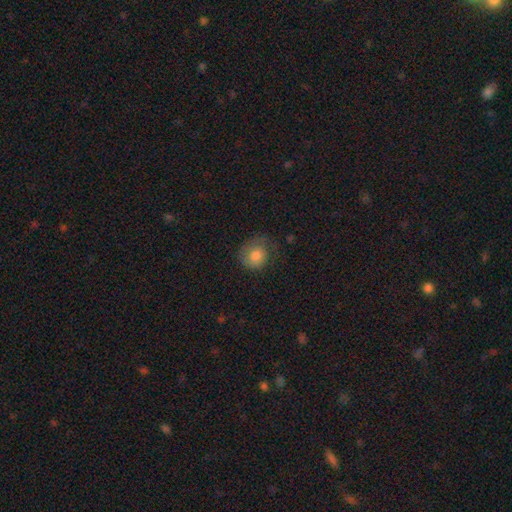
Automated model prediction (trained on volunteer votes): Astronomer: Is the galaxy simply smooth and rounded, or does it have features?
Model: smooth — 73%.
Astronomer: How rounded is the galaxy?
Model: round — 77%.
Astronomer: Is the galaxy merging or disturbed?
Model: none — 52%.